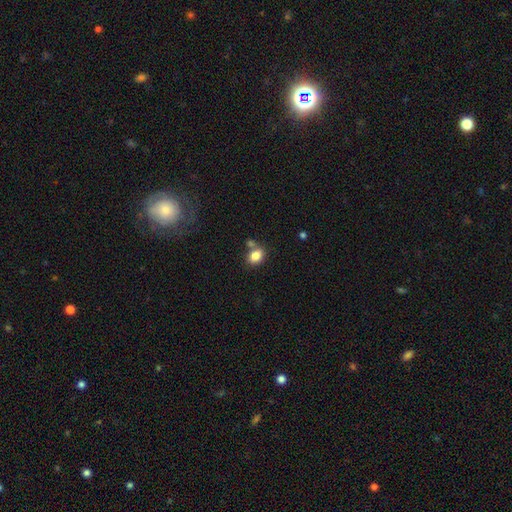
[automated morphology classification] A smooth galaxy with no disk features (82%) that is in between round and cigar-shaped (66%). Merging: none (59%).